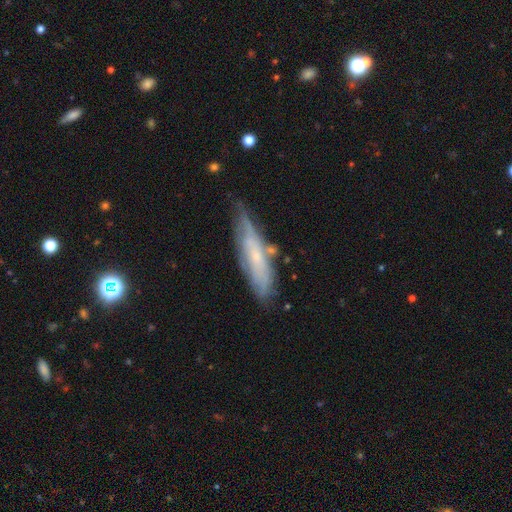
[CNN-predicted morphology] A featured or disk galaxy (55%) viewed edge-on (51%).

Vote fractions:
- Smooth or featured? featured or disk: 55% / smooth: 38% / star or artifact: 7%
- Edge-on disk? yes: 51% / no: 49%
- Merging? none: 61% / minor disturbance: 28% / major disturbance: 7% / merger: 4%